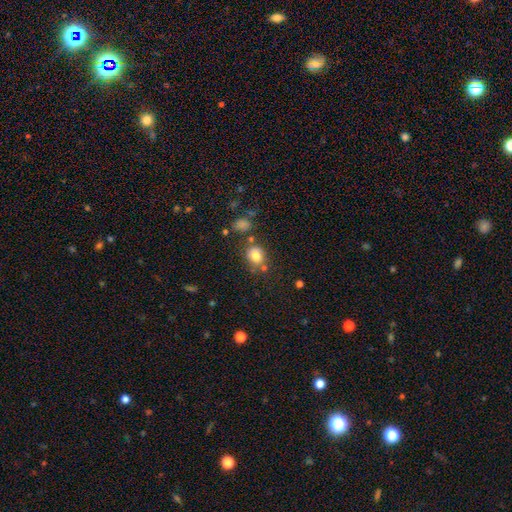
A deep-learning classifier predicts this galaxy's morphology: Smooth or featured?
  - smooth: 78% *
  - star or artifact: 12%
  - featured or disk: 10%
How rounded?
  - round: 64% *
  - in between: 35%
  - cigar-shaped: 1%
Merging?
  - none: 67% *
  - minor disturbance: 16%
  - merger: 11%
  - major disturbance: 5%